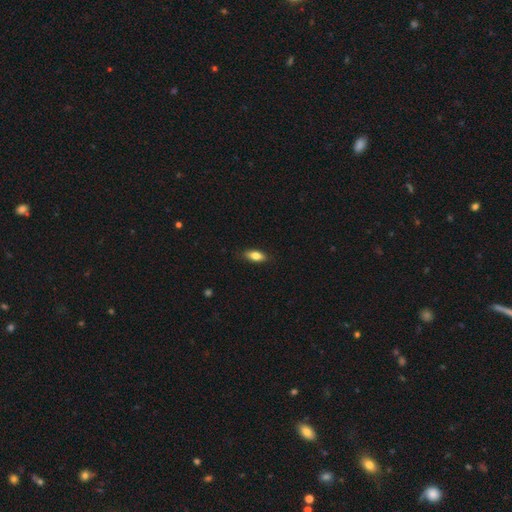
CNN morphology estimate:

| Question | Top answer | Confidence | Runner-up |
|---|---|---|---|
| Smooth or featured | smooth | 79% | featured or disk (14%) |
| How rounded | in between | 80% | cigar-shaped (17%) |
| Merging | none | 87% | minor disturbance (10%) |